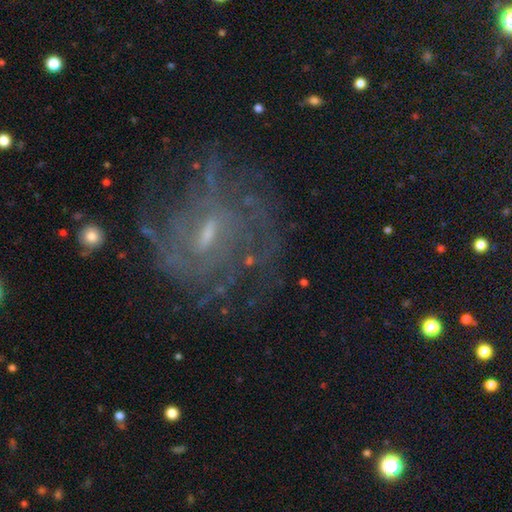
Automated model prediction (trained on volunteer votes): This appears to be a featured or disk galaxy (65%) with a weak bar (57%), tight (53%) spiral arms (84%) and a small central bulge (62%). Merging: none (68%).